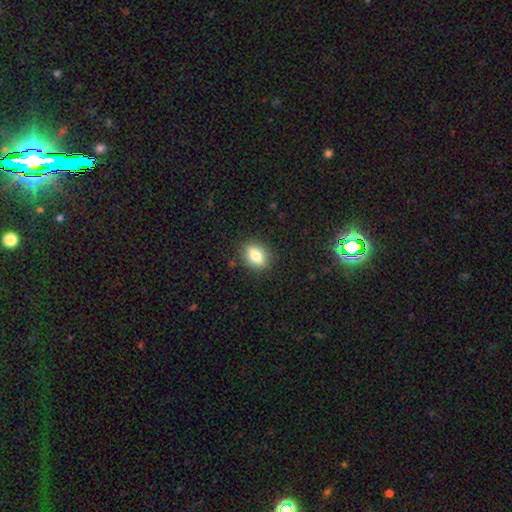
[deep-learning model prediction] This is likely a smooth galaxy (75%). How rounded: likely in between (66%). Merging: clearly none (86%).